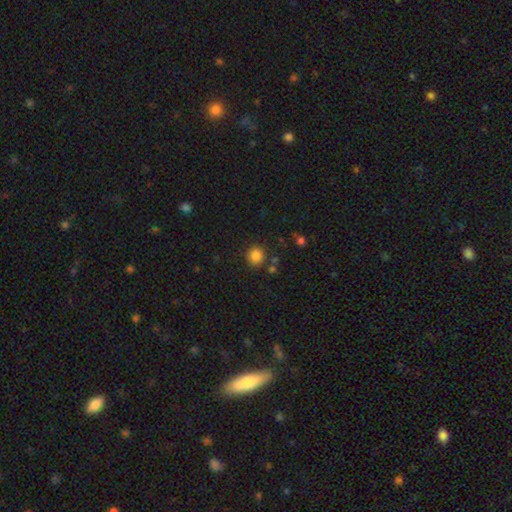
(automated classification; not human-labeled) A smooth galaxy with no disk features (85%) that is round (88%).

Vote fractions:
- Smooth or featured? smooth: 85% / star or artifact: 11% / featured or disk: 4%
- How rounded? round: 88% / in between: 11% / cigar-shaped: 1%
- Merging? none: 83% / minor disturbance: 9% / merger: 5% / major disturbance: 3%